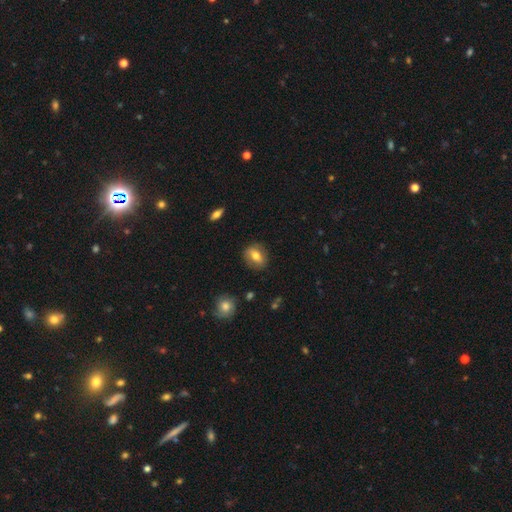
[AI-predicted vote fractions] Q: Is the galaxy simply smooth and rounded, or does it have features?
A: smooth — 67%.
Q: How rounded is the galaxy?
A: in between — 53%.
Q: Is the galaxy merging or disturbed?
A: none — 83%.